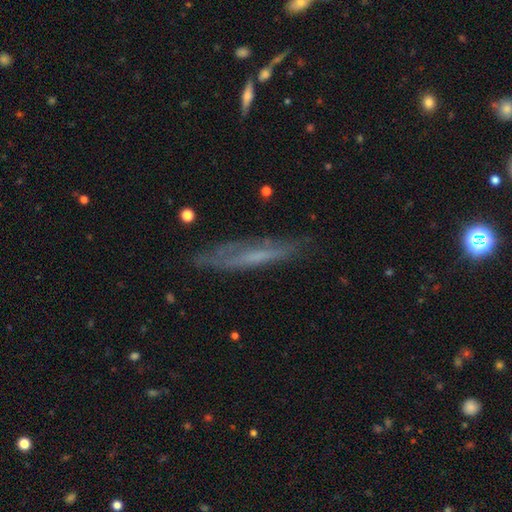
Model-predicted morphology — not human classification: type=featured or disk (54%); edge-on=yes (67%); merging=none (71%).